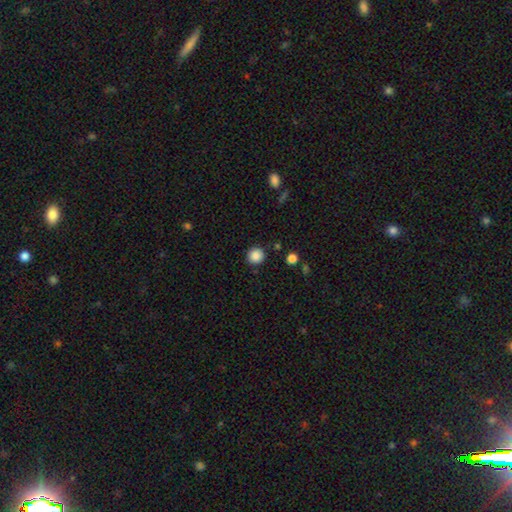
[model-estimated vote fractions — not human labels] Smooth or featured?
  - smooth: 87% *
  - star or artifact: 10%
  - featured or disk: 3%
How rounded?
  - round: 93% *
  - in between: 6%
  - cigar-shaped: 1%
Merging?
  - none: 89% *
  - minor disturbance: 7%
  - major disturbance: 2%
  - merger: 2%